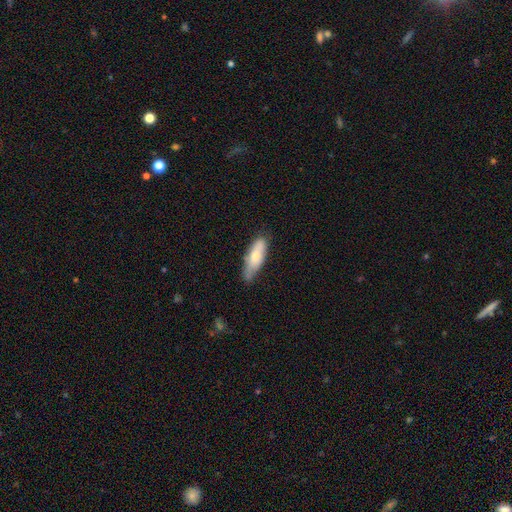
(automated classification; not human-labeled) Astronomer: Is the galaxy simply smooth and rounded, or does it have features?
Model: smooth — 67%.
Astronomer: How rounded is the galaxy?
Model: in between — 61% (runner-up: cigar-shaped, 37%).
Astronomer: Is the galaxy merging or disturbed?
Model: none — 57% (runner-up: minor disturbance, 33%).